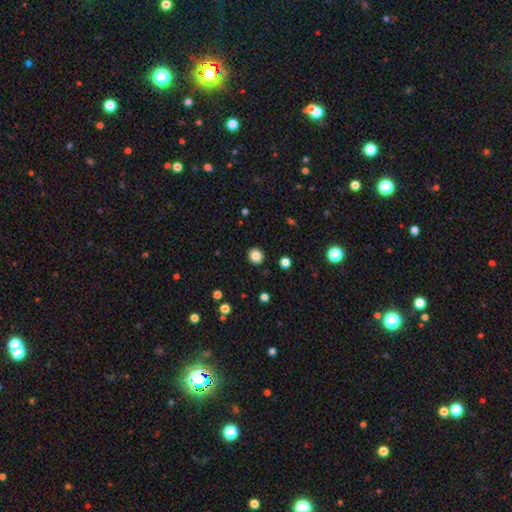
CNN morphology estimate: smooth 85%, star or artifact 11%, featured or disk 5%. Down the decision tree: how rounded — round (87%); merging — none (92%).